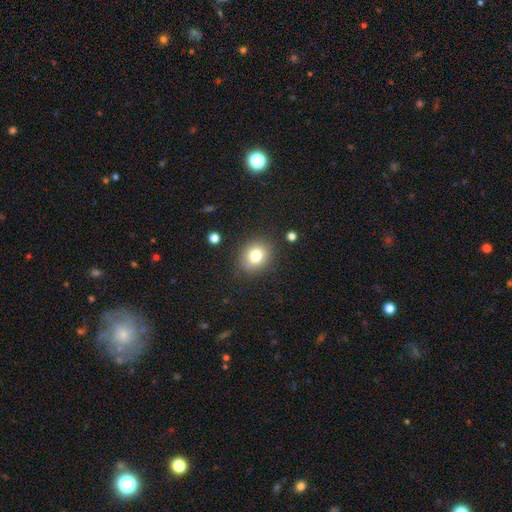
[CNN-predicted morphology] Smooth or featured?
  - smooth: 78% *
  - star or artifact: 12%
  - featured or disk: 10%
How rounded?
  - round: 67% *
  - in between: 32%
  - cigar-shaped: 1%
Merging?
  - none: 85% *
  - minor disturbance: 10%
  - major disturbance: 3%
  - merger: 2%